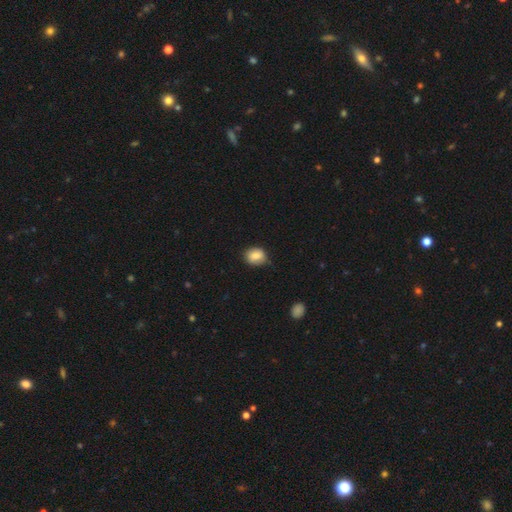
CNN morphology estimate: The model was most divided on "how rounded": round: 63%, in between: 36%, cigar-shaped: 1%. More confident: smooth or featured — smooth (83%); merging — none (74%).